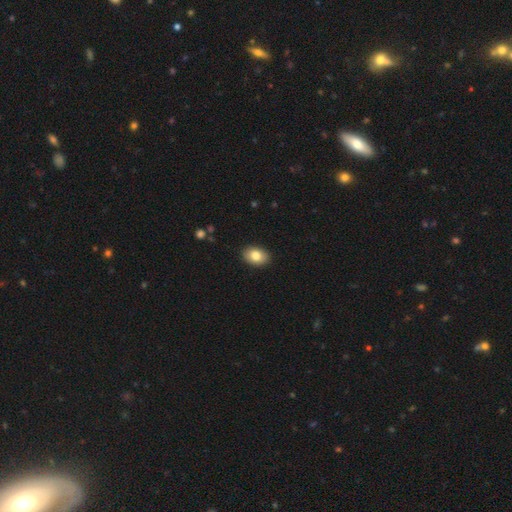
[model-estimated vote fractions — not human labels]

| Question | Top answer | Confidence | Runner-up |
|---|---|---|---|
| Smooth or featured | smooth | 83% | featured or disk (9%) |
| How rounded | in between | 83% | round (16%) |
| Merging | none | 90% | minor disturbance (8%) |